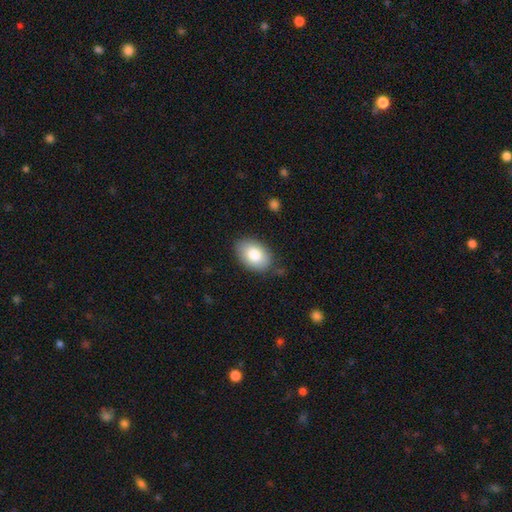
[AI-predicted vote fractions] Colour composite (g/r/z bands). It shows a smooth galaxy with no disk features (83%) that is in between round and cigar-shaped (88%). Merging: none (81%).